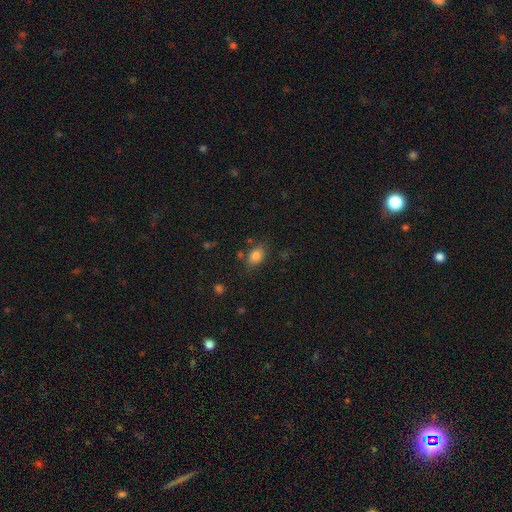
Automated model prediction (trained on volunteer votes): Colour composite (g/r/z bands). It shows a smooth galaxy with no disk features (83%) that is in between round and cigar-shaped (77%). Merging: none (76%).